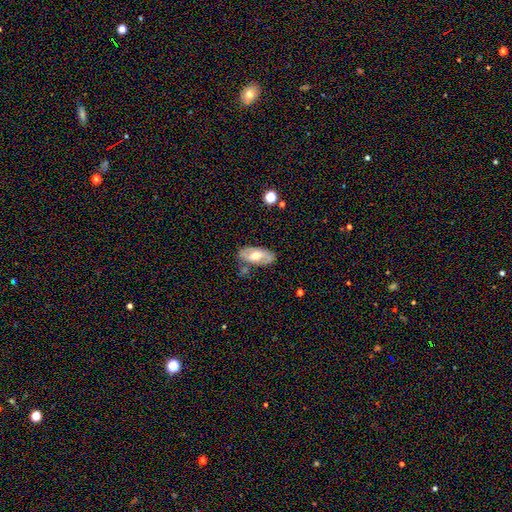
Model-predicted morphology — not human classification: A featured or disk galaxy (64%) with no bar (40%), spiral arms (61%) and a moderate central bulge (74%). Merging: none (74%).